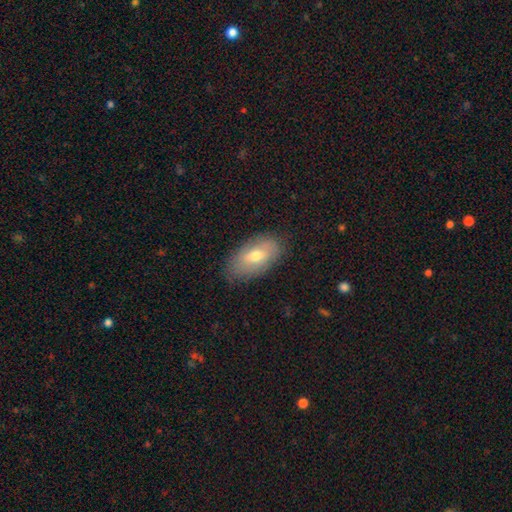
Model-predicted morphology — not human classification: The model was most divided on "smooth or featured": smooth: 63%, featured or disk: 30%, star or artifact: 8%. More confident: how rounded — in between (91%); merging — none (81%).